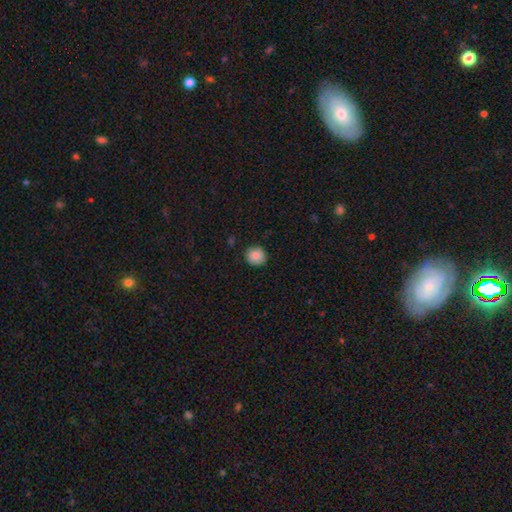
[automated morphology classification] Overall: smooth (87%). How rounded: round (89%). Merging: none (87%).